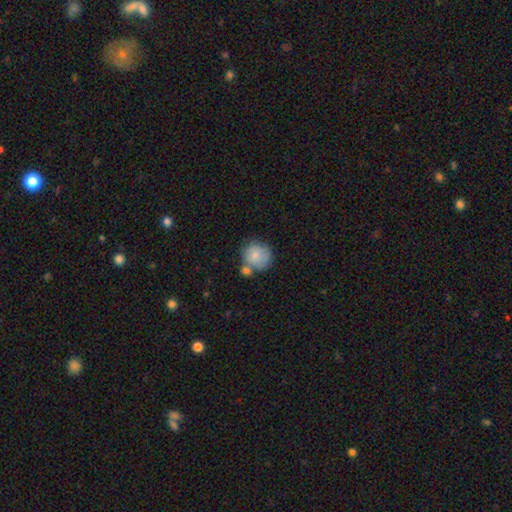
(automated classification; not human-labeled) A smooth galaxy with no disk features (79%) that is round (88%).

Vote fractions:
- Smooth or featured? smooth: 79% / featured or disk: 14% / star or artifact: 7%
- How rounded? round: 88% / in between: 11% / cigar-shaped: 1%
- Merging? none: 51% / merger: 25% / minor disturbance: 17% / major disturbance: 6%